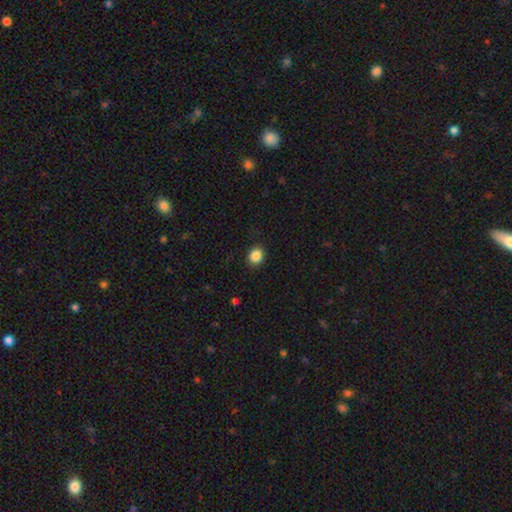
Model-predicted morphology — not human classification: This is clearly a smooth galaxy (87%). How rounded: likely round (62%). Merging: clearly none (87%).